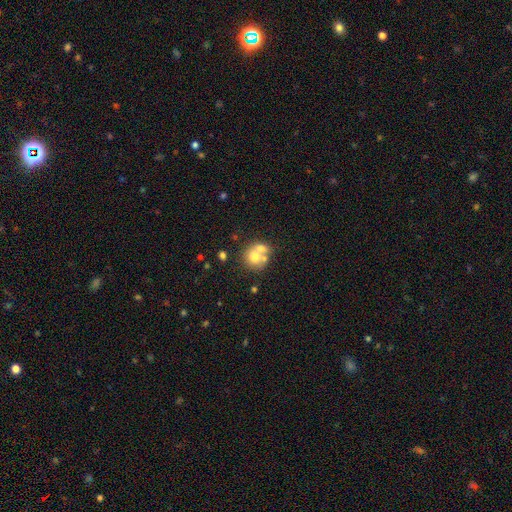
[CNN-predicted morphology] smooth 65%, featured or disk 25%, star or artifact 10%. Down the decision tree: how rounded — round (79%); merging — merger (52%).